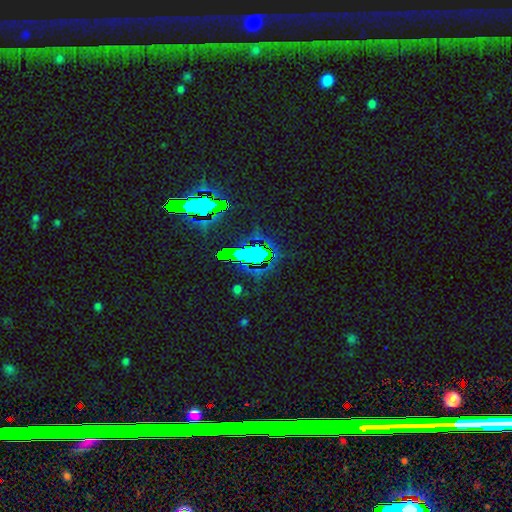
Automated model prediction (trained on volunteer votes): smooth-or-featured: star or artifact: 69% | smooth: 20% | featured or disk: 11%